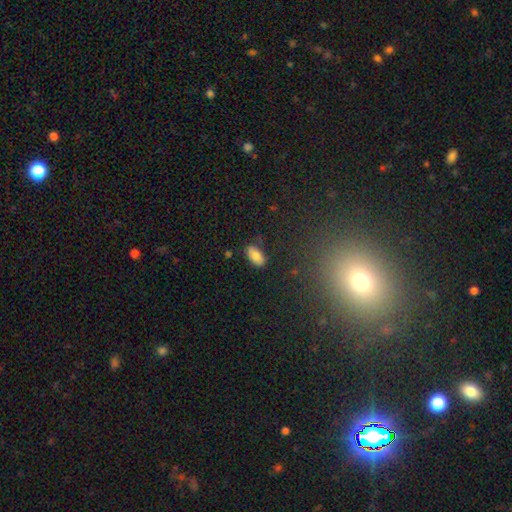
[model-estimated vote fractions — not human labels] Smooth or featured?
  - smooth: 82% *
  - featured or disk: 9%
  - star or artifact: 9%
How rounded?
  - in between: 94% *
  - round: 3%
  - cigar-shaped: 3%
Merging?
  - none: 81% *
  - minor disturbance: 14%
  - major disturbance: 3%
  - merger: 2%